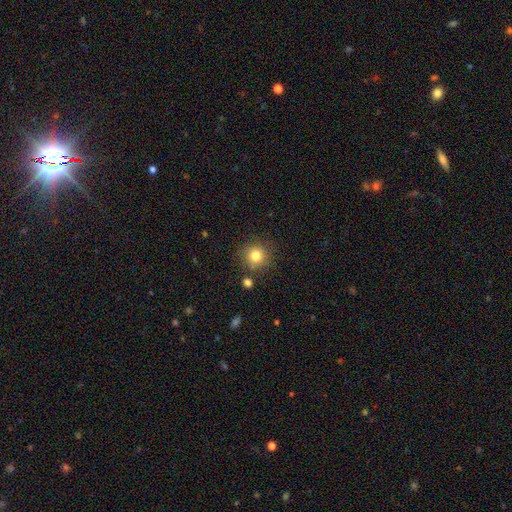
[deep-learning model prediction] smooth_or_featured: smooth (p=0.81) [alt: star or artifact p=0.12]
how_rounded: round (p=0.92) [alt: in between p=0.07]
merging: none (p=0.83) [alt: minor disturbance p=0.10]